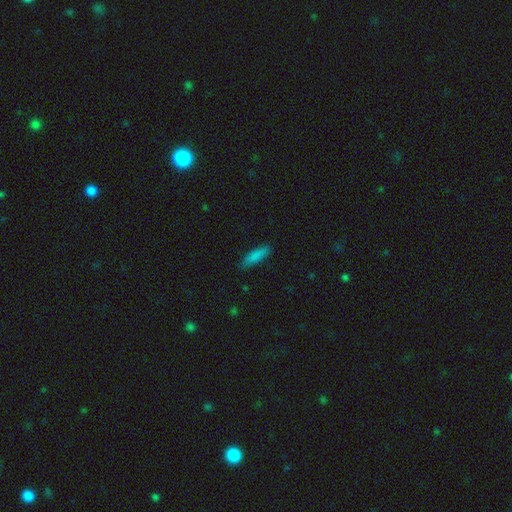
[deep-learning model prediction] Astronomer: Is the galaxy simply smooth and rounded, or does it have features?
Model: smooth — 85%.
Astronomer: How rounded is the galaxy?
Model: cigar-shaped — 66%.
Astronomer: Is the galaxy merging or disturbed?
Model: none — 84%.